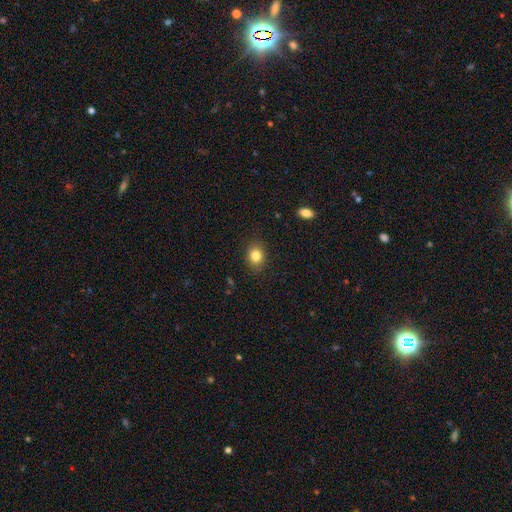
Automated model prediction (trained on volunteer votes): Smooth or featured? smooth (82%)
How rounded? round (56%)
Merging? none (87%)